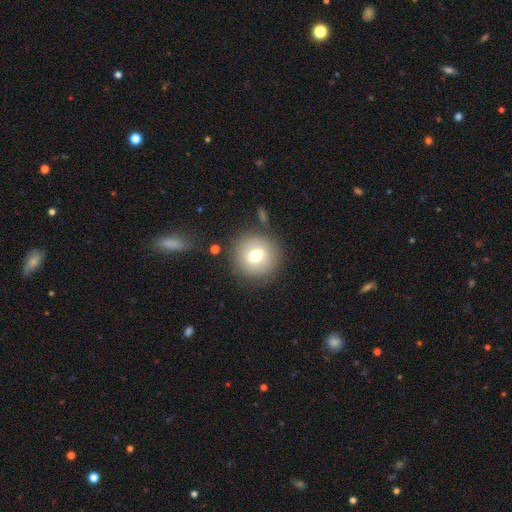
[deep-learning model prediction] Smooth or featured: smooth — 69% (featured or disk — 20%)
How rounded: round — 93% (in between — 6%)
Merging: none — 84% (minor disturbance — 9%)